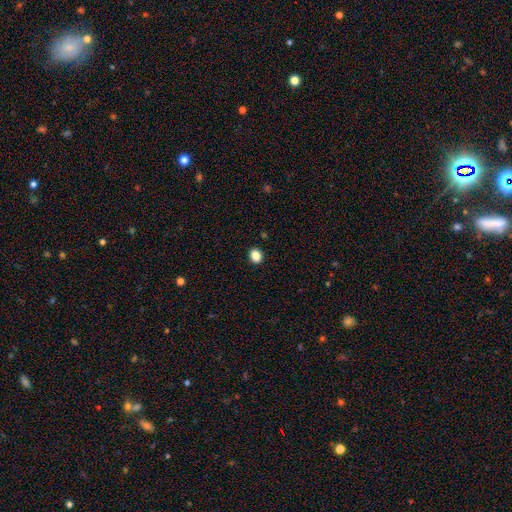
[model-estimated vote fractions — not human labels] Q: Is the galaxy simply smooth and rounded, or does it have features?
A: smooth — 86%.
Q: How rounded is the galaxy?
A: round — 55%.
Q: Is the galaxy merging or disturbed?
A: none — 91%.